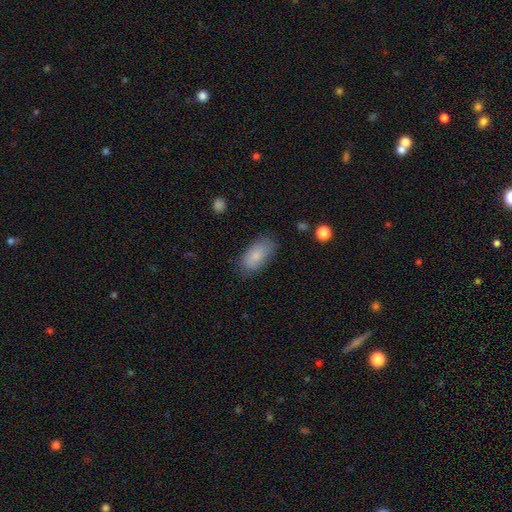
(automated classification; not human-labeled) This appears to be a smooth galaxy with no disk features (82%) that is in between round and cigar-shaped (92%). Merging: none (77%).